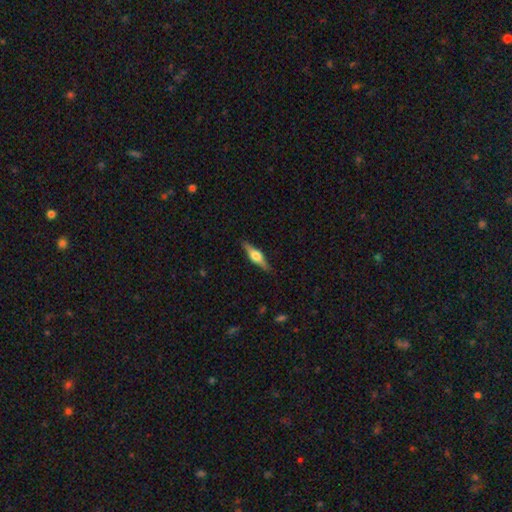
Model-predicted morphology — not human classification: A featured or disk galaxy (67%) viewed edge-on (97%) with a rounded central bulge (92%).

Vote fractions:
- Smooth or featured? featured or disk: 67% / smooth: 28% / star or artifact: 6%
- Edge-on disk? yes: 97% / no: 3%
- Edge-on bulge? rounded: 92% / boxy: 7% / none: 2%
- Merging? none: 89% / minor disturbance: 8% / major disturbance: 2% / merger: 1%